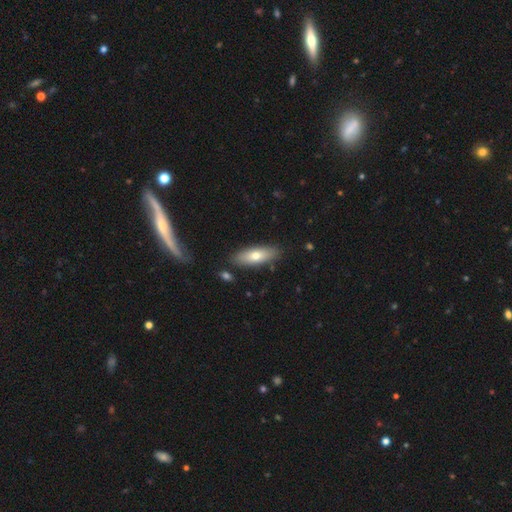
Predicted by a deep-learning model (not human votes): Q: Smooth or featured?
A: smooth (67%); runner-up: featured or disk (26%)
Q: How rounded?
A: in between (61%); runner-up: cigar-shaped (36%)
Q: Merging?
A: none (85%); runner-up: minor disturbance (10%)